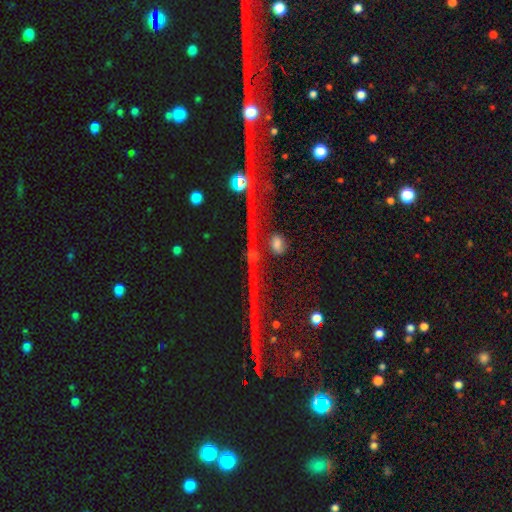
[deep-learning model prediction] Overall: star or artifact (76%).